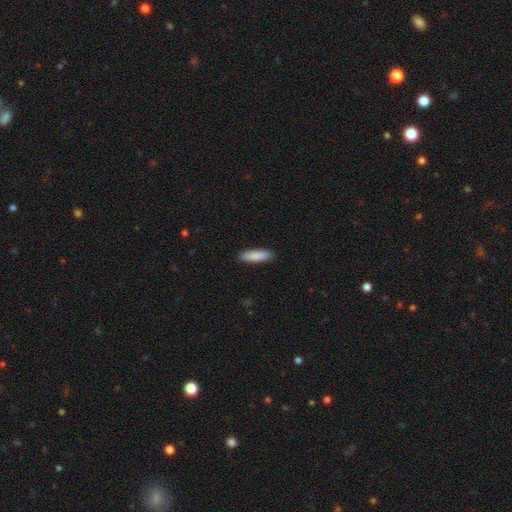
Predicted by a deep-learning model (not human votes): Q: Smooth or featured?
A: smooth (88%); runner-up: featured or disk (6%)
Q: How rounded?
A: cigar-shaped (52%); runner-up: in between (47%)
Q: Merging?
A: none (89%); runner-up: minor disturbance (8%)